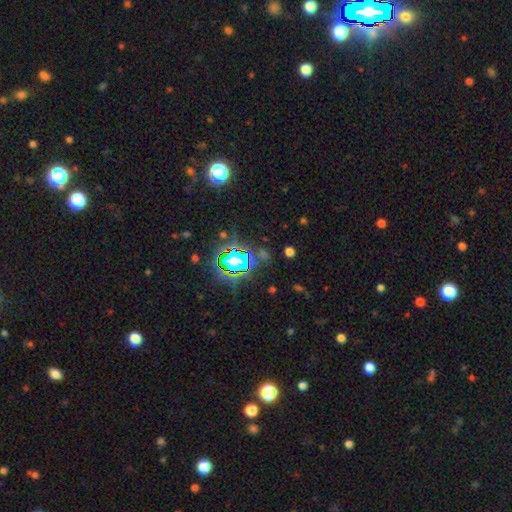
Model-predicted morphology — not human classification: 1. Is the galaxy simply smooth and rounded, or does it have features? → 80% star or artifact, 13% smooth, 7% featured or disk.